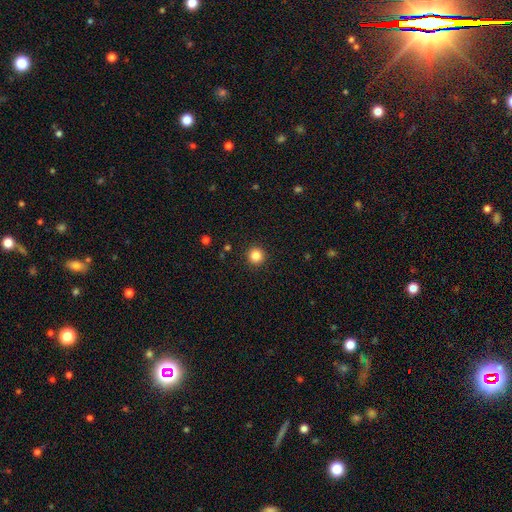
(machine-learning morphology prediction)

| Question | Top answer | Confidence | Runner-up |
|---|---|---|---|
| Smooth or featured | smooth | 84% | star or artifact (12%) |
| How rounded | round | 96% | in between (3%) |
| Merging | none | 93% | minor disturbance (5%) |